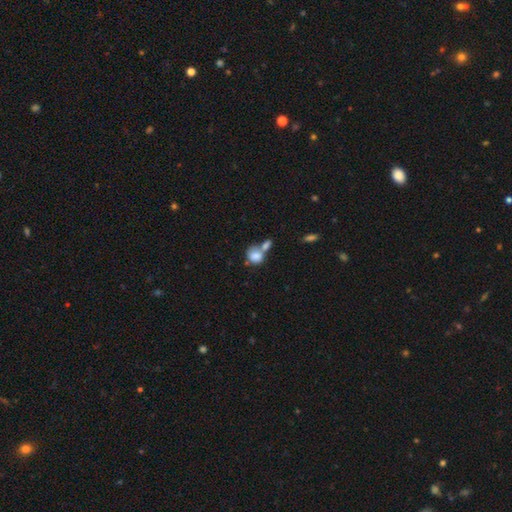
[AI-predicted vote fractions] Q: Smooth or featured?
A: smooth (80%); runner-up: featured or disk (12%)
Q: How rounded?
A: round (54%); runner-up: in between (45%)
Q: Merging?
A: merger (58%); runner-up: none (26%)